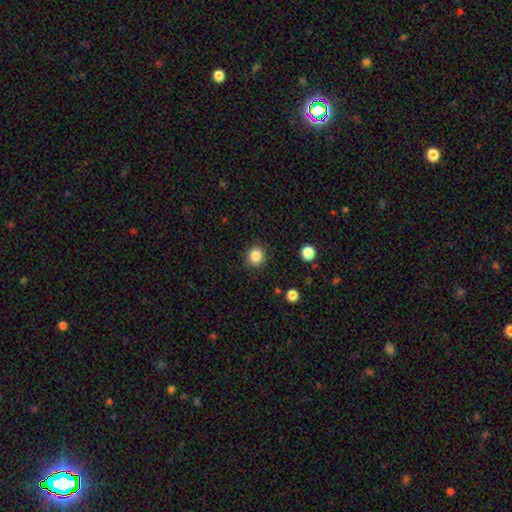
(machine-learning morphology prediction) type=smooth (86%); roundness=round (82%); merging=none (90%).